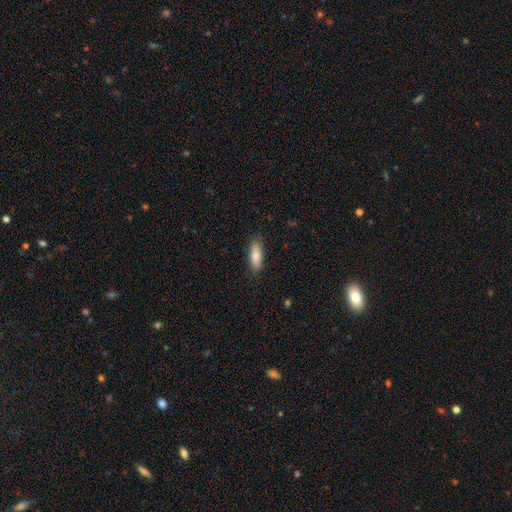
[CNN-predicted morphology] Smooth or featured? smooth (82%)
How rounded? in between (62%)
Merging? none (86%)